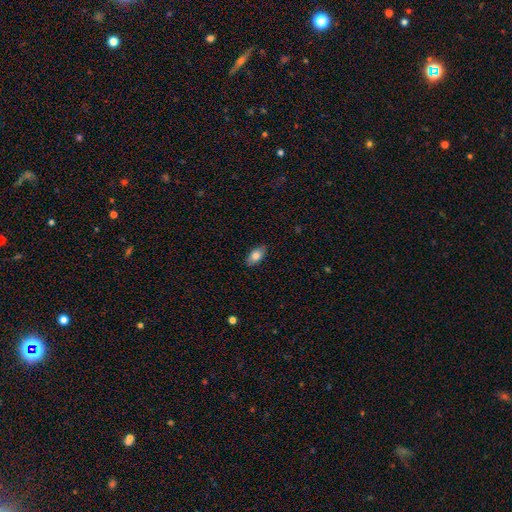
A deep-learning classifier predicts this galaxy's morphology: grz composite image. It shows a smooth galaxy with no disk features (80%) that is in between round and cigar-shaped (90%). Merging: none (87%).